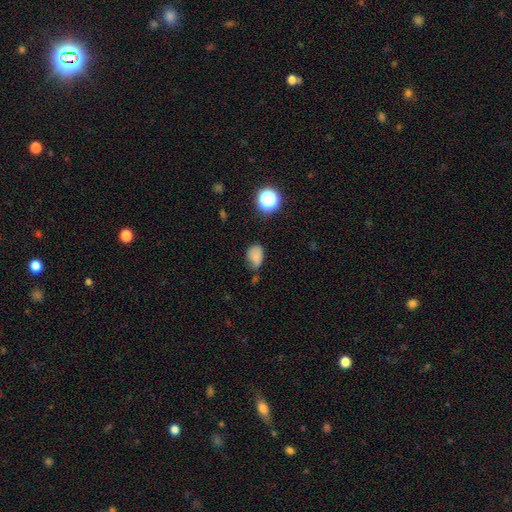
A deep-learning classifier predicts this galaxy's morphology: Smooth or featured?
  - smooth: 77% *
  - star or artifact: 15%
  - featured or disk: 8%
How rounded?
  - in between: 73% *
  - round: 26%
  - cigar-shaped: 1%
Merging?
  - none: 45% *
  - minor disturbance: 38%
  - major disturbance: 11%
  - merger: 6%